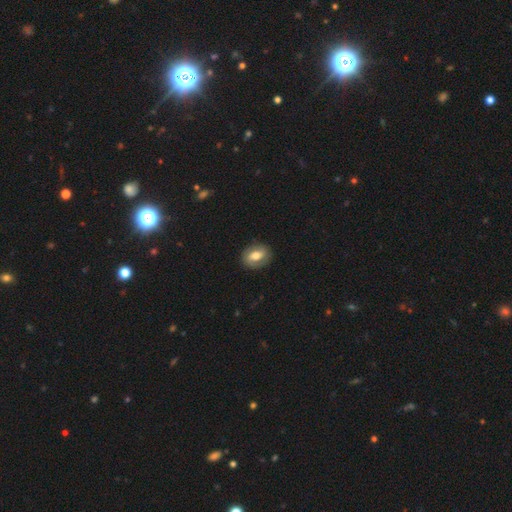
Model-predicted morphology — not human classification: A smooth galaxy with no disk features (50%) that is in between round and cigar-shaped (60%).

Vote fractions:
- Smooth or featured? smooth: 50% / featured or disk: 42% / star or artifact: 7%
- How rounded? in between: 60% / round: 38% / cigar-shaped: 2%
- Merging? none: 83% / minor disturbance: 12% / major disturbance: 4% / merger: 1%